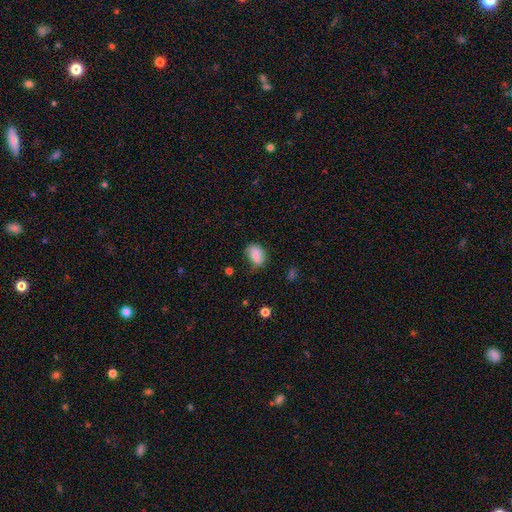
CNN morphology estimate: Smooth or featured?
  - smooth: 79% *
  - featured or disk: 13%
  - star or artifact: 8%
How rounded?
  - in between: 72% *
  - round: 27%
  - cigar-shaped: 1%
Merging?
  - none: 59% *
  - minor disturbance: 31%
  - major disturbance: 8%
  - merger: 2%